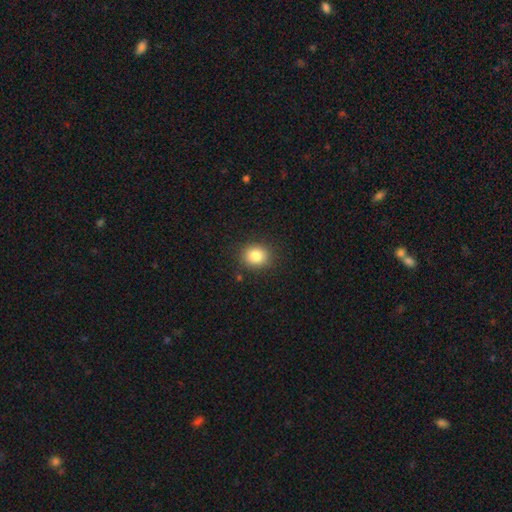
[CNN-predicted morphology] Smooth or featured?
  - smooth: 84% *
  - star or artifact: 10%
  - featured or disk: 6%
How rounded?
  - round: 72% *
  - in between: 28%
  - cigar-shaped: 1%
Merging?
  - none: 87% *
  - minor disturbance: 9%
  - major disturbance: 3%
  - merger: 1%